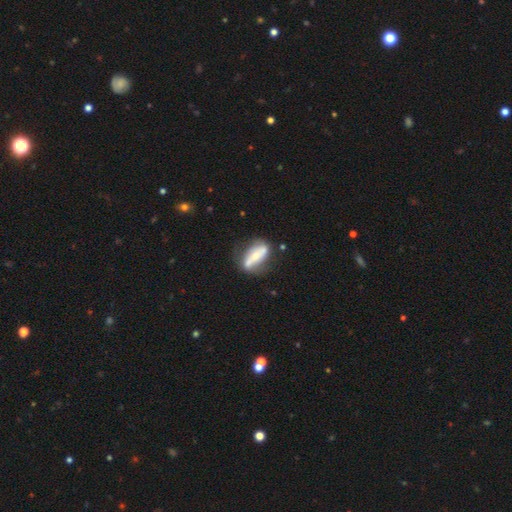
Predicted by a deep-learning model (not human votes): featured or disk 57%, smooth 36%, star or artifact 7%. Down the decision tree: edge-on disk — no (78%); merging — none (55%).